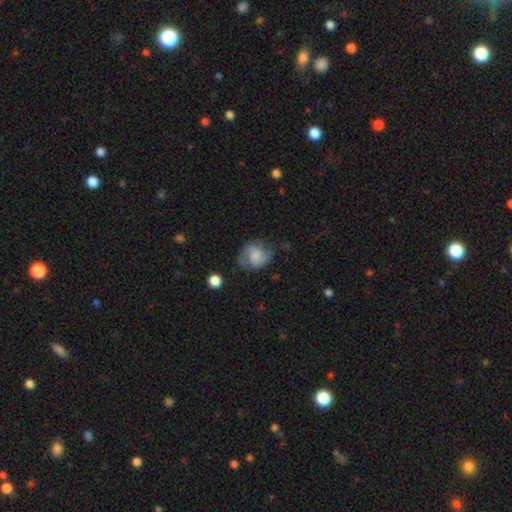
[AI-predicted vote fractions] smooth_or_featured: smooth (p=0.46) [alt: featured or disk p=0.45]
merging: none (p=0.59) [alt: minor disturbance p=0.26]